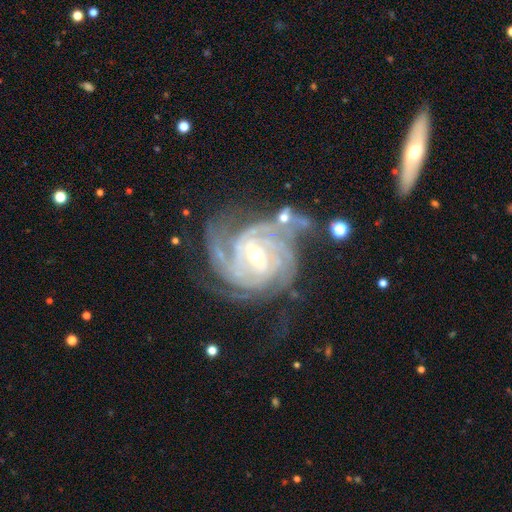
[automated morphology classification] Smooth or featured: featured or disk — 92% (star or artifact — 5%)
Edge-on disk: no — 98% (yes — 2%)
Bar: weak — 51% (strong — 32%)
Spiral arms: yes — 98% (no — 2%)
Spiral winding: tight — 69% (medium — 27%)
Spiral arm count: 4 — 33% (3 — 25%)
Bulge size: moderate — 51% (small — 45%)
Merging: none — 60% (minor disturbance — 20%)